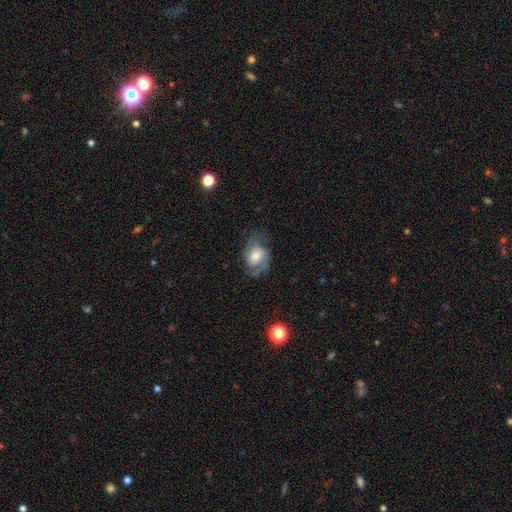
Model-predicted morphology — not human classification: Smooth or featured: featured or disk — 62% (smooth — 29%)
Edge-on disk: no — 96% (yes — 4%)
Bar: no — 54% (weak — 35%)
Spiral arms: yes — 87% (no — 13%)
Spiral winding: medium — 49% (loose — 30%)
Spiral arm count: 2 — 82% (can't tell — 8%)
Bulge size: moderate — 49% (small — 32%)
Merging: none — 61% (minor disturbance — 21%)